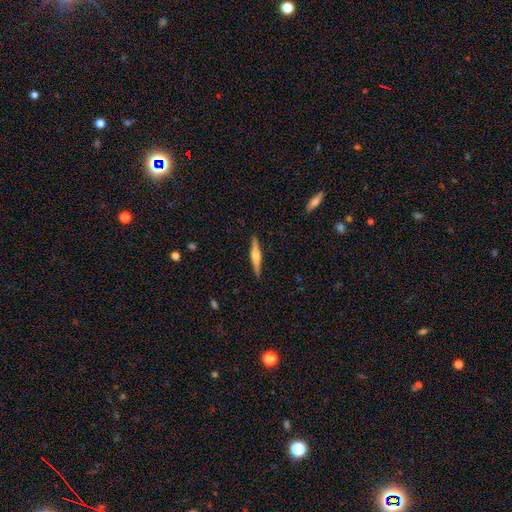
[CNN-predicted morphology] type=featured or disk (57%); edge-on=yes (97%); edge-on bulge=rounded (79%); merging=none (90%).